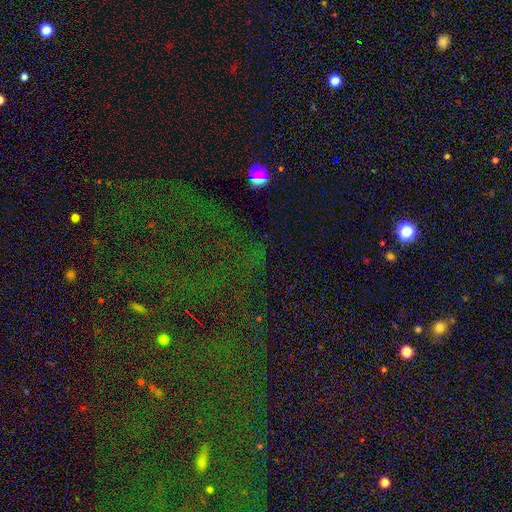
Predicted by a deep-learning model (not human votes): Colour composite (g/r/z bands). It shows a star or artifact, not a galaxy (77%).